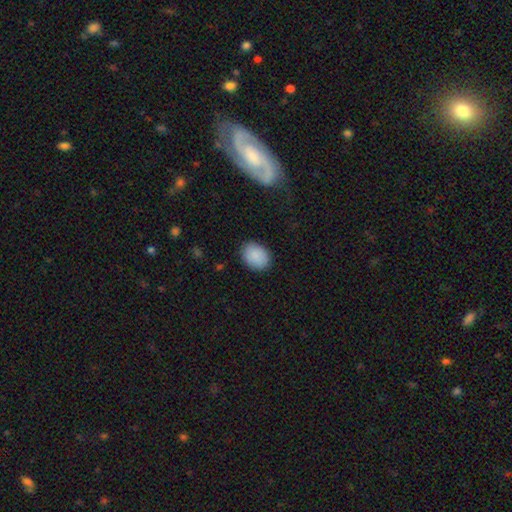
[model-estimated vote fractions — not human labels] This is clearly a smooth galaxy (89%). How rounded: likely in between (63%). Merging: clearly none (86%).